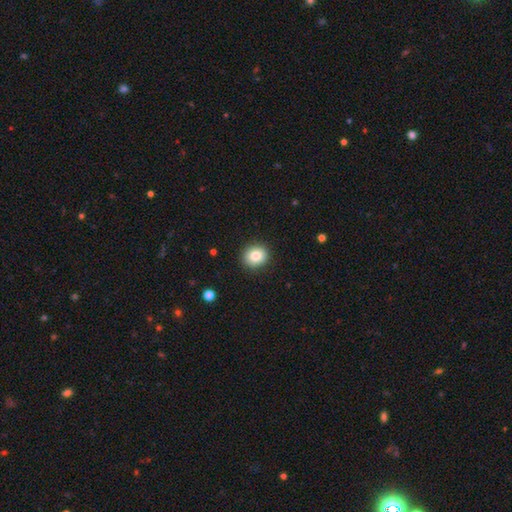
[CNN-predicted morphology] Smooth or featured? smooth (83%)
How rounded? round (78%)
Merging? none (90%)